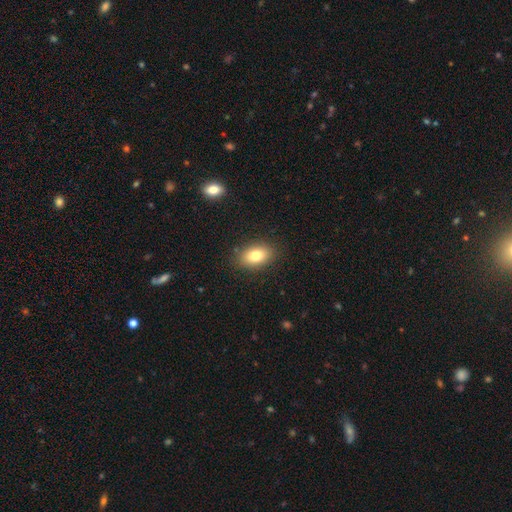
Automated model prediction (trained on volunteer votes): Smooth or featured? Predicted: smooth (p=0.80). How rounded? Predicted: in between (p=0.85). Merging? Predicted: none (p=0.87).